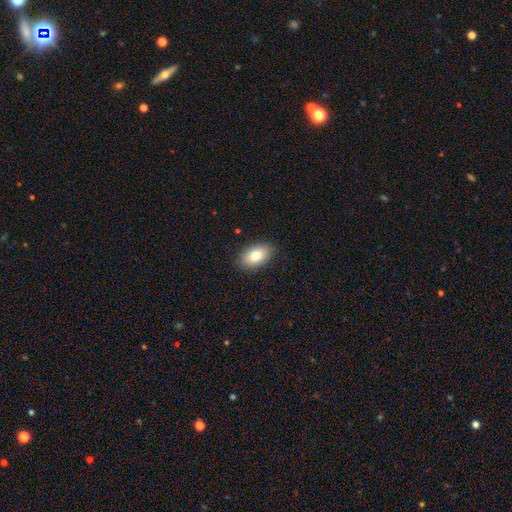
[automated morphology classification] Smooth or featured?
  - smooth: 80% *
  - featured or disk: 13%
  - star or artifact: 7%
How rounded?
  - in between: 92% *
  - round: 7%
  - cigar-shaped: 2%
Merging?
  - none: 88% *
  - minor disturbance: 9%
  - major disturbance: 2%
  - merger: 1%